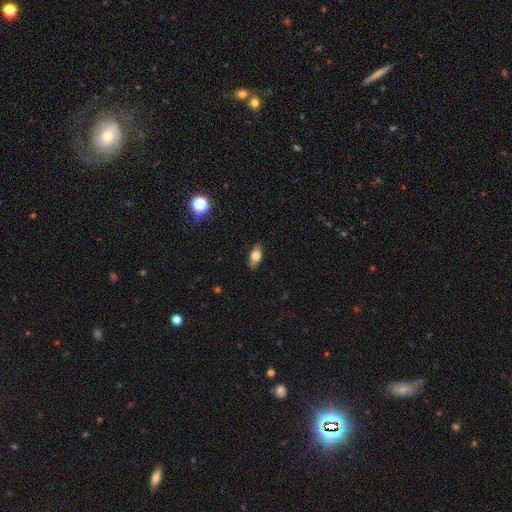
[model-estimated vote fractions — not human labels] This appears to be a smooth galaxy with no disk features (71%) that is in between round and cigar-shaped (84%). Merging: none (87%).